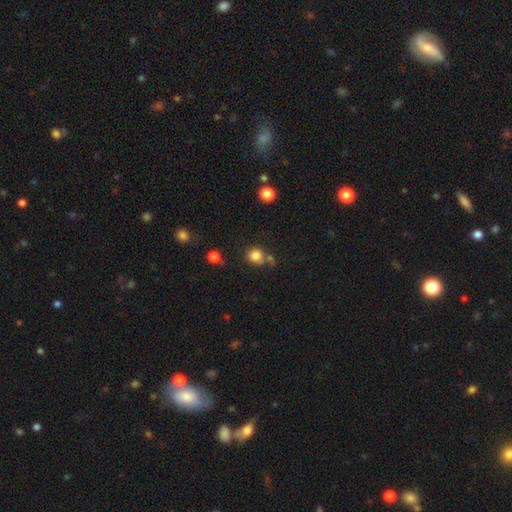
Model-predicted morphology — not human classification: A smooth galaxy with no disk features (82%) that is round (86%). Merging: none (64%).